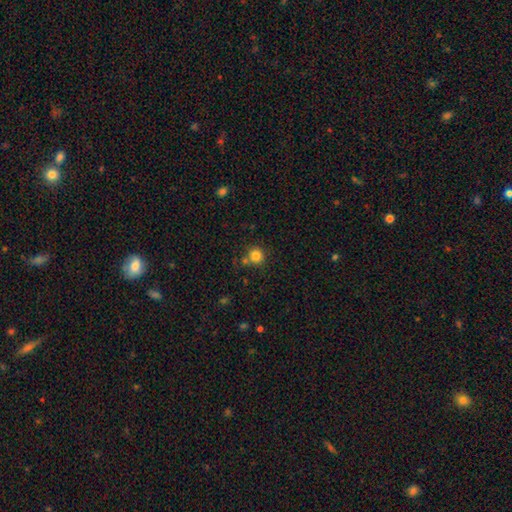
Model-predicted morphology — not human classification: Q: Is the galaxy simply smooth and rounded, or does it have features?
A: smooth — 83%.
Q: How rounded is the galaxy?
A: round — 92%.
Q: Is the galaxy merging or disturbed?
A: none — 73%.